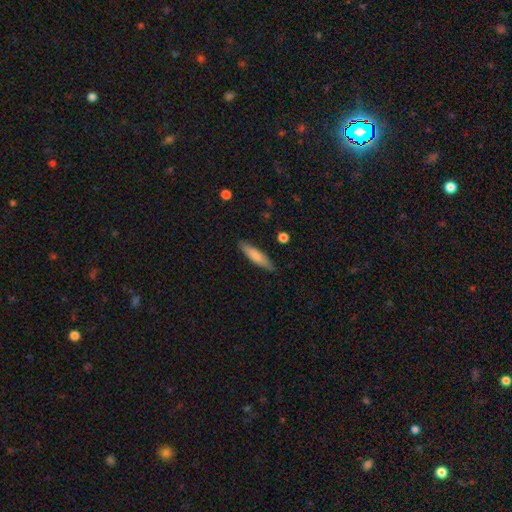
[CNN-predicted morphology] smooth-or-featured: smooth: 78% | featured or disk: 17% | star or artifact: 6%
  how-rounded: cigar-shaped: 77% | in between: 22% | round: 1%
  merging: none: 86% | minor disturbance: 11% | major disturbance: 2% | merger: 1%